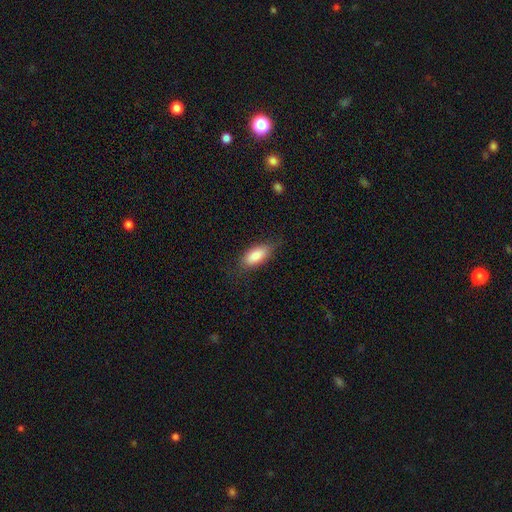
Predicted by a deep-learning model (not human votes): Smooth or featured?
  - smooth: 84% *
  - featured or disk: 10%
  - star or artifact: 6%
How rounded?
  - in between: 85% *
  - cigar-shaped: 13%
  - round: 3%
Merging?
  - none: 72% *
  - minor disturbance: 21%
  - major disturbance: 6%
  - merger: 1%